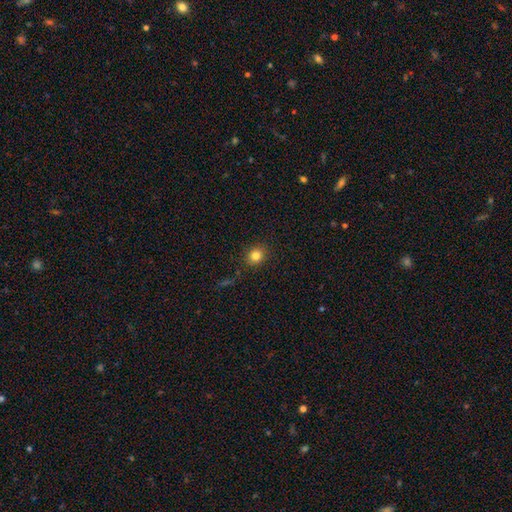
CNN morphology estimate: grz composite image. It shows a smooth galaxy with no disk features (82%) that is round (74%). Merging: none (88%).